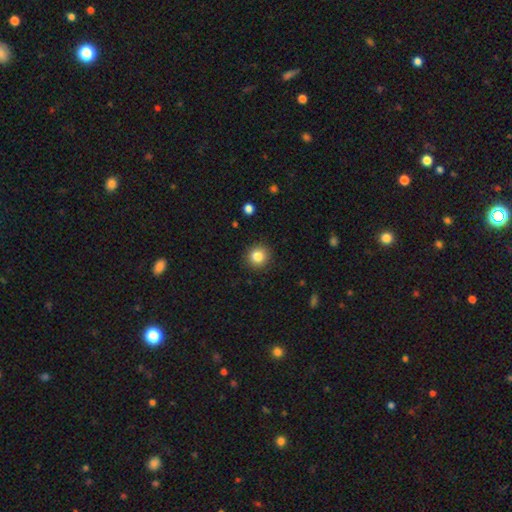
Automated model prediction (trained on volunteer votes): Q: Smooth or featured?
A: smooth (84%); runner-up: star or artifact (10%)
Q: How rounded?
A: round (91%); runner-up: in between (8%)
Q: Merging?
A: none (90%); runner-up: minor disturbance (6%)